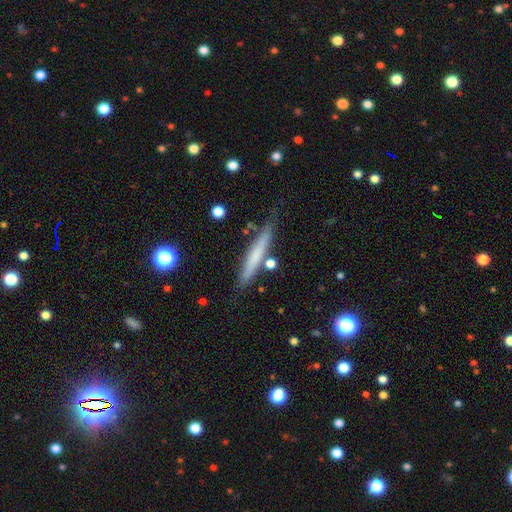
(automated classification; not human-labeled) The model was most divided on "smooth or featured": smooth: 58%, featured or disk: 36%, star or artifact: 7%. More confident: how rounded — cigar-shaped (94%); merging — none (80%).